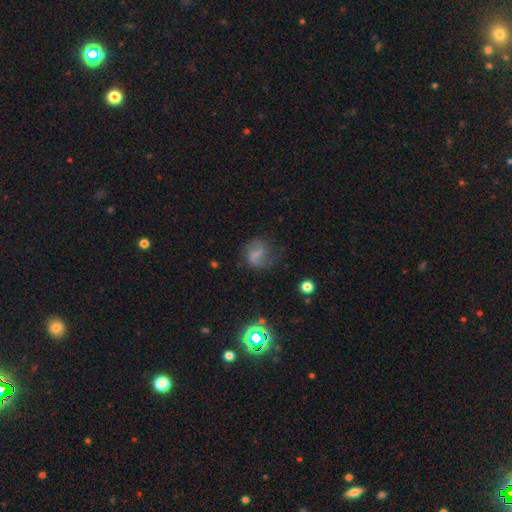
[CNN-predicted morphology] A featured or disk galaxy (53%) with a weak bar (45%), spiral arms (82%) and no central bulge (55%). Merging: none (62%).